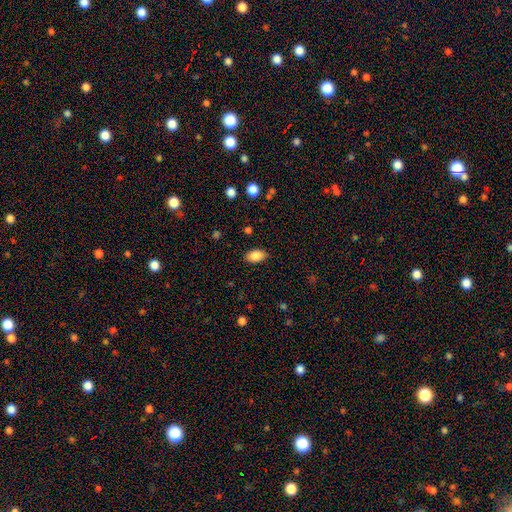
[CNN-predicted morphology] smooth-or-featured: smooth: 86% | star or artifact: 8% | featured or disk: 7%
  how-rounded: in between: 92% | round: 6% | cigar-shaped: 2%
  merging: none: 86% | minor disturbance: 10% | major disturbance: 3% | merger: 1%